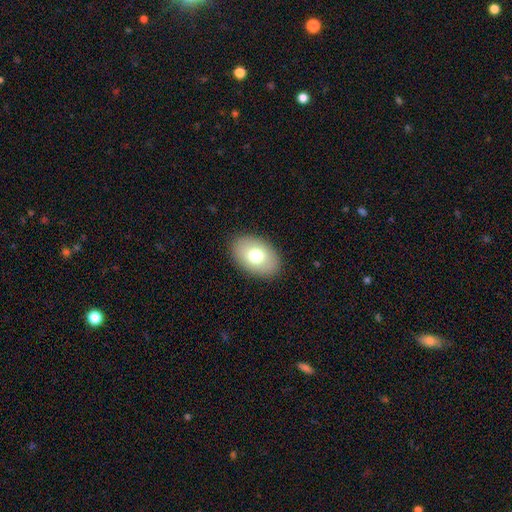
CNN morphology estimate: smooth-or-featured: smooth: 74% | featured or disk: 18% | star or artifact: 8%
  how-rounded: in between: 88% | round: 11% | cigar-shaped: 1%
  merging: none: 88% | minor disturbance: 8% | major disturbance: 2% | merger: 1%